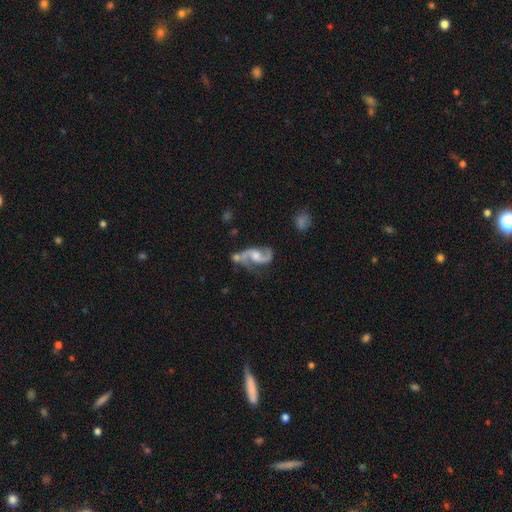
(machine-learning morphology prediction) type=featured or disk (87%); edge-on=no (97%); bar=no (51%); spiral arms=yes (96%); winding=loose (49%); arm count=2 (92%); bulge=moderate (54%); merging=none (49%).